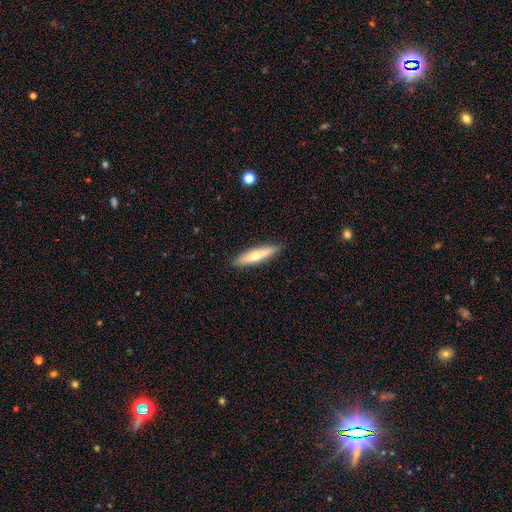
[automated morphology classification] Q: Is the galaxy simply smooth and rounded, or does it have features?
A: smooth — 54%.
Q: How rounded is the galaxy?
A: cigar-shaped — 77%.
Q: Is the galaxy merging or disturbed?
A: none — 89%.